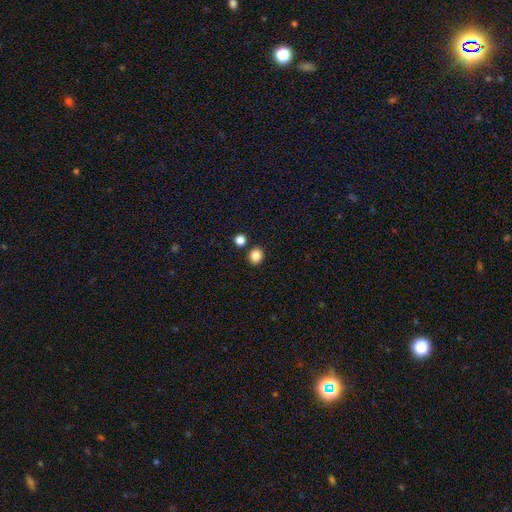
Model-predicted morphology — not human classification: Smooth or featured? Predicted: smooth (p=0.85). How rounded? Predicted: round (p=0.72). Merging? Predicted: none (p=0.84).